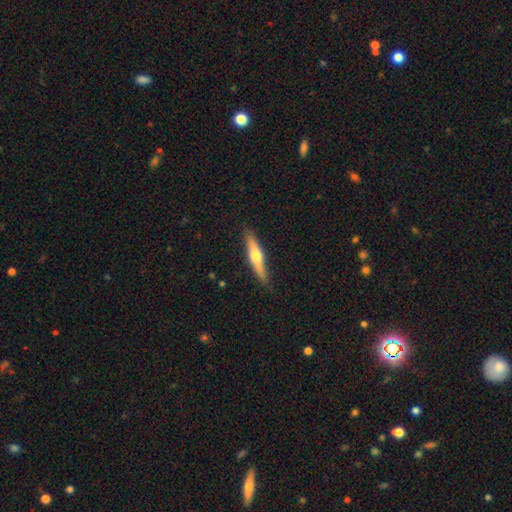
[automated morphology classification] A featured or disk galaxy (50%) viewed edge-on (93%). Merging: none (86%).